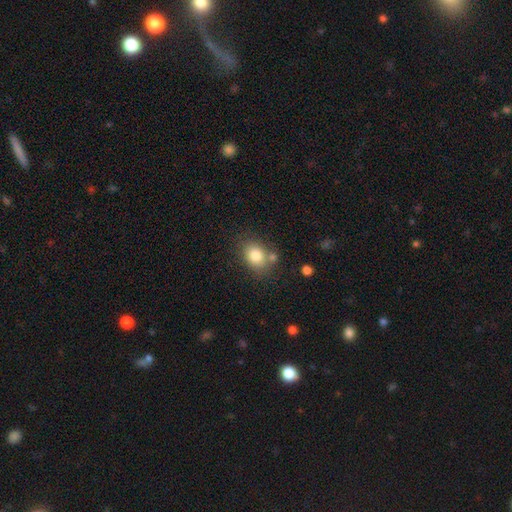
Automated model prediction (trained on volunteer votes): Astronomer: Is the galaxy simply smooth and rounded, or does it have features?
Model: smooth — 82%.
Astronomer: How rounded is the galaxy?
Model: in between — 58% (runner-up: round, 41%).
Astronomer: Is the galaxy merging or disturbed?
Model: none — 66%.